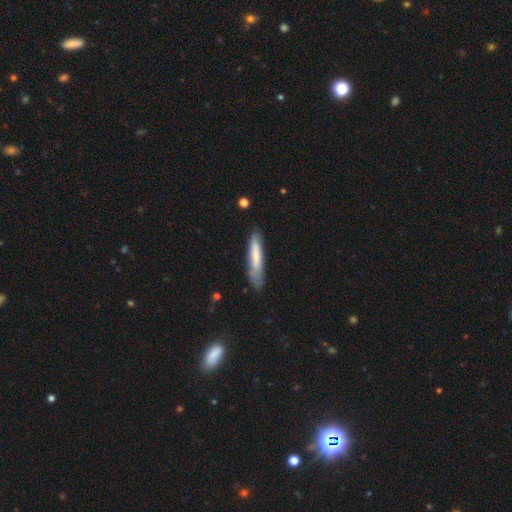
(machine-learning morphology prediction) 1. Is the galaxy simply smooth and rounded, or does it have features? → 72% smooth, 22% featured or disk, 6% star or artifact.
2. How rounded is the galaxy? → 89% cigar-shaped, 9% in between, 1% round.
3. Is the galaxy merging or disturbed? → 72% none, 21% minor disturbance, 5% major disturbance, 2% merger.